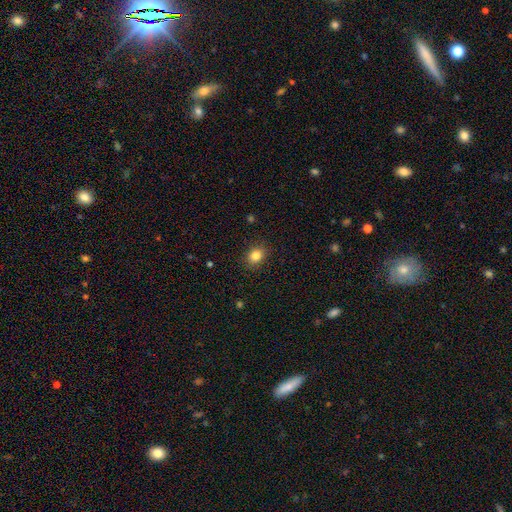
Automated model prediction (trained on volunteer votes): Smooth or featured?
  - smooth: 84% *
  - star or artifact: 11%
  - featured or disk: 6%
How rounded?
  - round: 52% *
  - in between: 47%
  - cigar-shaped: 1%
Merging?
  - none: 88% *
  - minor disturbance: 9%
  - major disturbance: 2%
  - merger: 1%